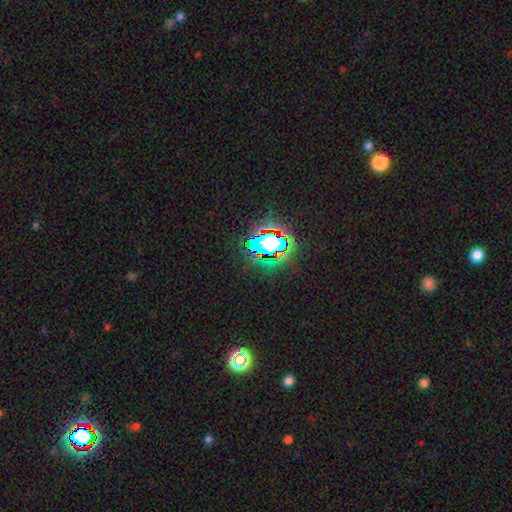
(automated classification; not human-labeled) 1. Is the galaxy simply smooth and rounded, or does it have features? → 82% star or artifact, 11% smooth, 7% featured or disk.